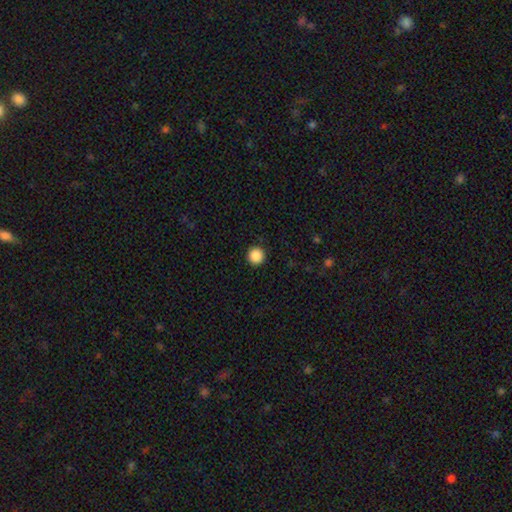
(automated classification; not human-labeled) The model was most divided on "smooth or featured": smooth: 88%, star or artifact: 9%, featured or disk: 2%. More confident: how rounded — round (96%); merging — none (93%).